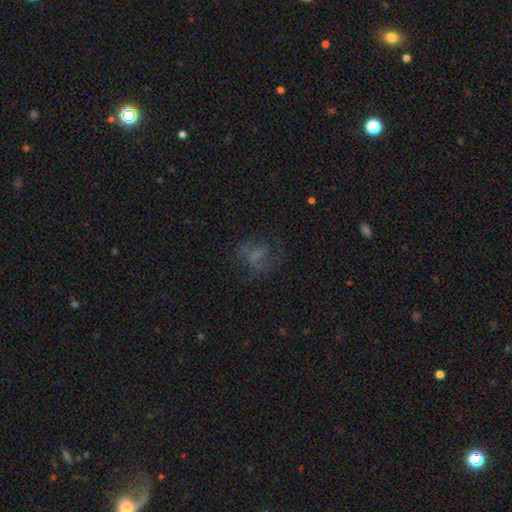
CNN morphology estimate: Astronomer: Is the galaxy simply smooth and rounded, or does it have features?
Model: smooth — 40%, tied with featured or disk at 40%.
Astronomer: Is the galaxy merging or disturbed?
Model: none — 53%.